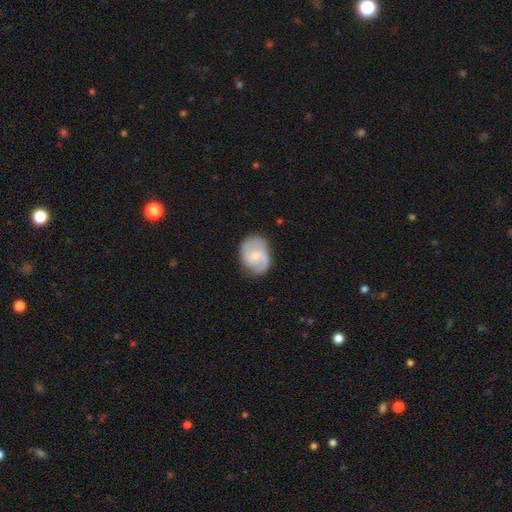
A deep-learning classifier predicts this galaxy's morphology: Smooth or featured? Predicted: featured or disk (p=0.63). Edge-on disk? Predicted: no (p=0.97). Bar? Predicted: weak (p=0.49). Spiral arms? Predicted: yes (p=0.88). Spiral winding? Predicted: medium (p=0.48). Spiral arm count? Predicted: 2 (p=0.77). Bulge size? Predicted: small (p=0.54). Merging? Predicted: none (p=0.72).